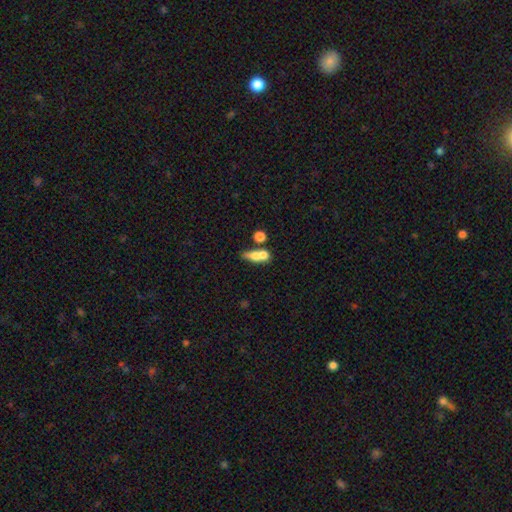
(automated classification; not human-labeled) Smooth or featured: smooth — 64% (featured or disk — 26%)
How rounded: in between — 53% (cigar-shaped — 24%)
Merging: merger — 52% (none — 30%)